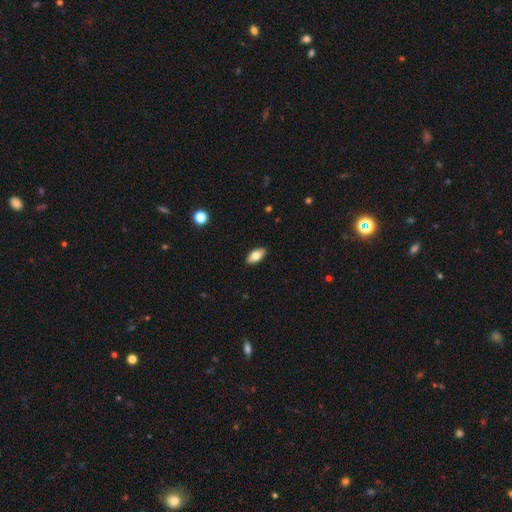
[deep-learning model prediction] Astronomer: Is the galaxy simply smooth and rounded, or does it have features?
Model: smooth — 76%.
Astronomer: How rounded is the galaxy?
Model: in between — 89%.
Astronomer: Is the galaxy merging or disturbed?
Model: none — 89%.